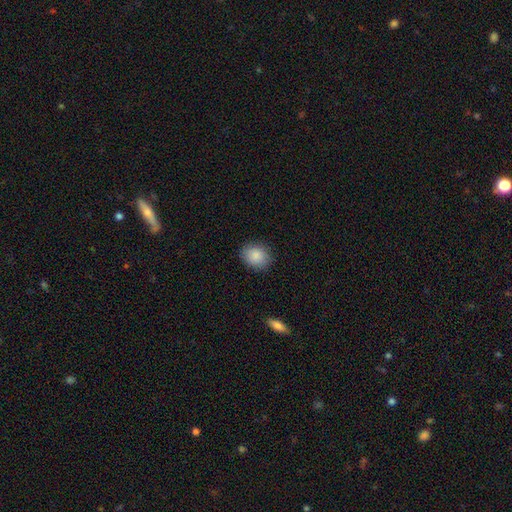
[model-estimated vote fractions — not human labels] Overall: smooth (88%). How rounded: in between (51%; round 48%). Merging: none (87%).